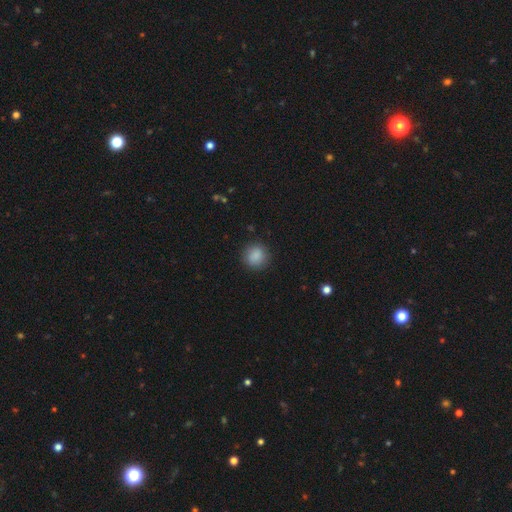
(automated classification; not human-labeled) Morphology: type=smooth (88%); roundness=round (89%); merging=none (88%).